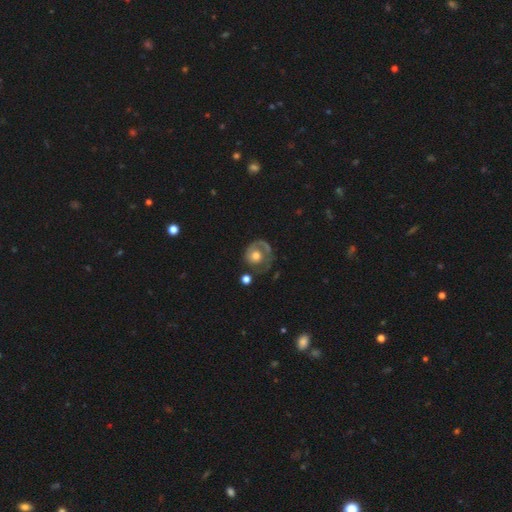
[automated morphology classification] smooth-or-featured: featured or disk: 59% | smooth: 35% | star or artifact: 6%
  disk-edge-on: no: 97% | yes: 3%
    bar: no: 84% | weak: 13% | strong: 3%
    has-spiral-arms: yes: 62% | no: 38%
    bulge-size: moderate: 63% | large: 19% | small: 14% | none: 2% | dominant: 2%
  merging: none: 49% | major disturbance: 25% | minor disturbance: 21% | merger: 5%